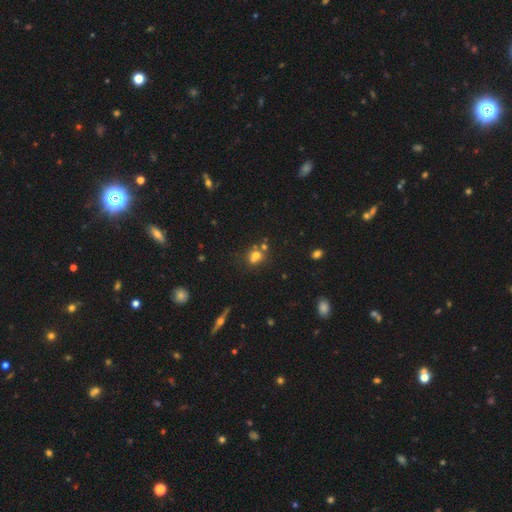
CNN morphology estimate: Q: Smooth or featured?
A: smooth (60%); runner-up: star or artifact (20%)
Q: How rounded?
A: round (71%); runner-up: in between (28%)
Q: Merging?
A: merger (43%); tied with: none (43%)